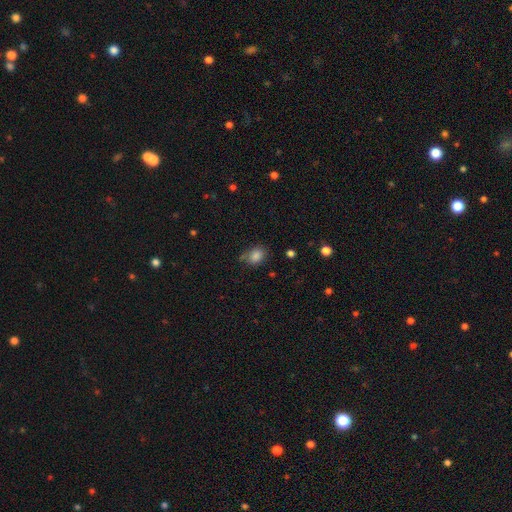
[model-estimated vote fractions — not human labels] This appears to be a smooth galaxy with no disk features (83%) that is in between round and cigar-shaped (57%). Merging: none (65%).